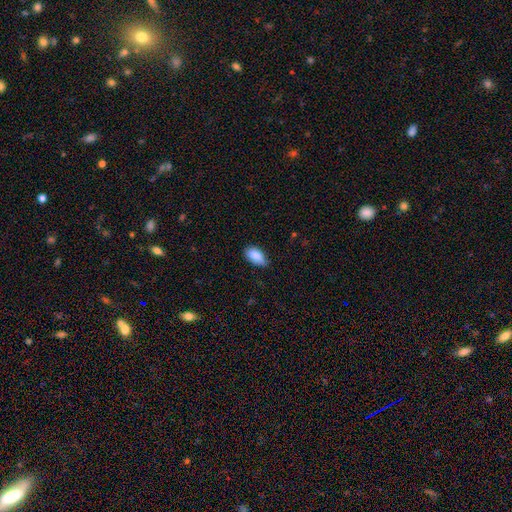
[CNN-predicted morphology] Q: Smooth or featured?
A: smooth (88%); runner-up: star or artifact (7%)
Q: How rounded?
A: in between (93%); runner-up: round (4%)
Q: Merging?
A: none (67%); runner-up: minor disturbance (28%)